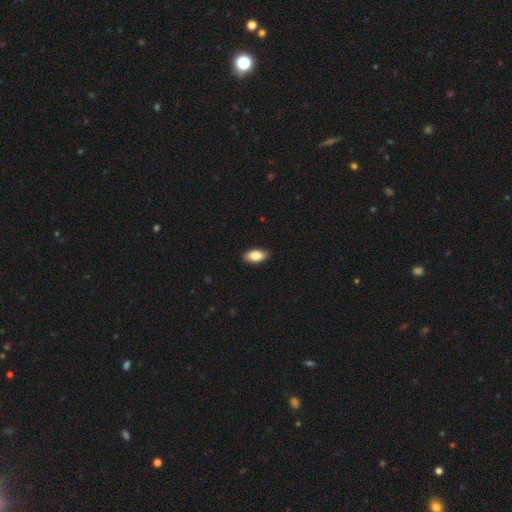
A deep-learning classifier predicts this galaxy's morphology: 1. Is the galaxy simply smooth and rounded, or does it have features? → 86% smooth, 8% featured or disk, 6% star or artifact.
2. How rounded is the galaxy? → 92% in between, 6% cigar-shaped, 3% round.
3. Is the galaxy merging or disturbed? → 90% none, 8% minor disturbance, 2% major disturbance, 1% merger.